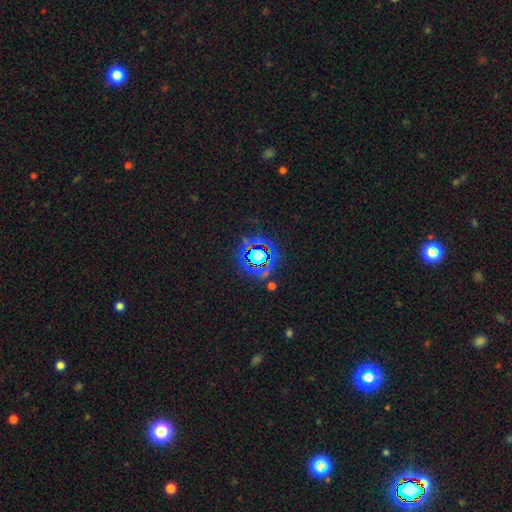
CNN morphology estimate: type=star or artifact (67%).